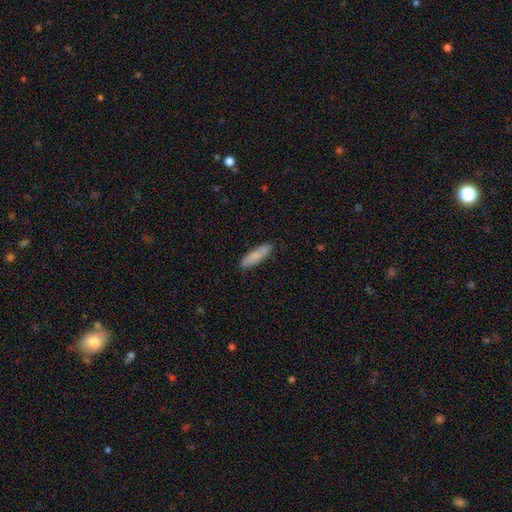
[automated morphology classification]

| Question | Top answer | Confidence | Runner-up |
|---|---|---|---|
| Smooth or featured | smooth | 81% | featured or disk (14%) |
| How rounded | cigar-shaped | 65% | in between (34%) |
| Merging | none | 88% | minor disturbance (9%) |